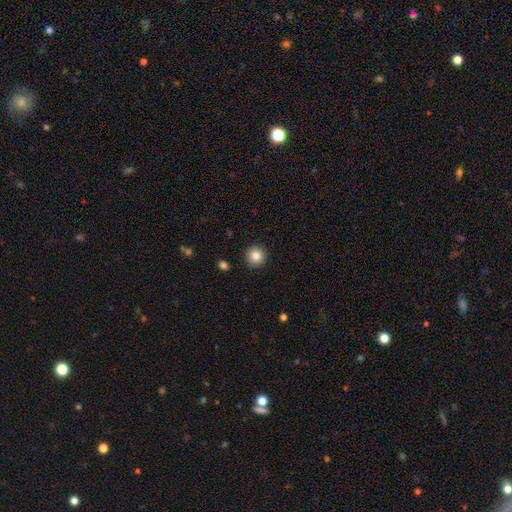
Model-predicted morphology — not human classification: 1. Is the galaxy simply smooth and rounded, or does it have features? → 85% smooth, 10% star or artifact, 6% featured or disk.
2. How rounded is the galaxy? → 94% round, 5% in between, 1% cigar-shaped.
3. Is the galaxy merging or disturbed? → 91% none, 6% minor disturbance, 2% major disturbance, 1% merger.